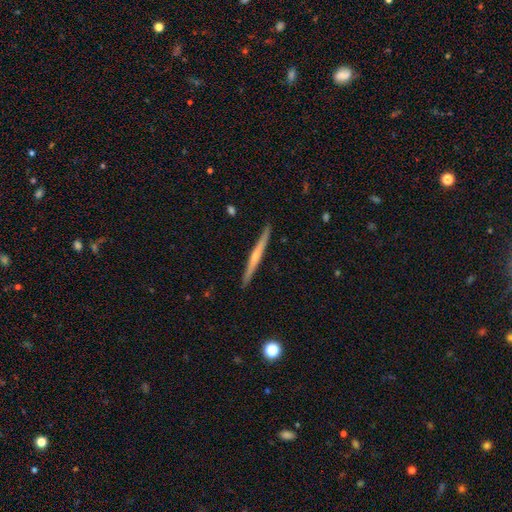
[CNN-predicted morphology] A featured or disk galaxy (57%) viewed edge-on (97%) with no central bulge (55%). Merging: none (91%).